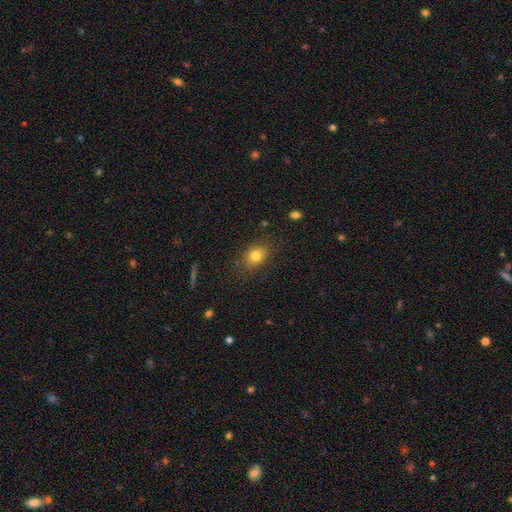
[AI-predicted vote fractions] This appears to be a smooth galaxy with no disk features (80%) that is round (50%). Merging: none (82%).